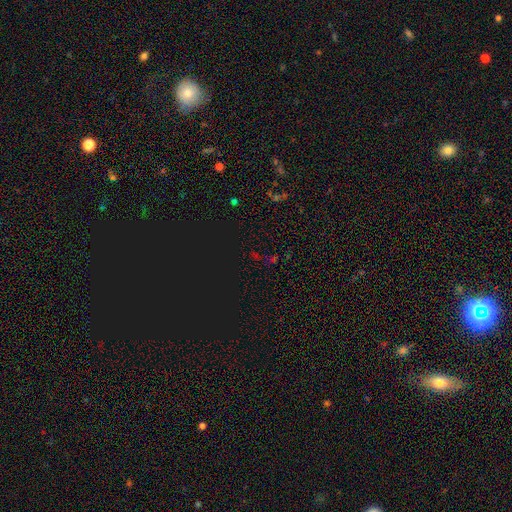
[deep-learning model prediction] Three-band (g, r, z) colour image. It shows a star or artifact, not a galaxy (72%).